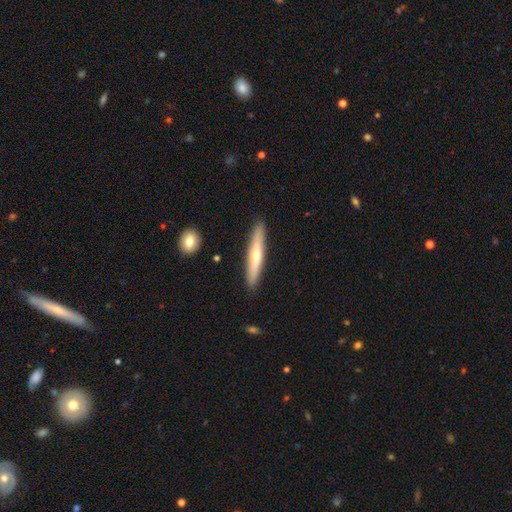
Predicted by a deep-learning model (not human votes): A smooth galaxy with no disk features (50%).

Vote fractions:
- Smooth or featured? smooth: 50% / featured or disk: 45% / star or artifact: 5%
- Merging? none: 90% / minor disturbance: 7% / merger: 1% / major disturbance: 1%